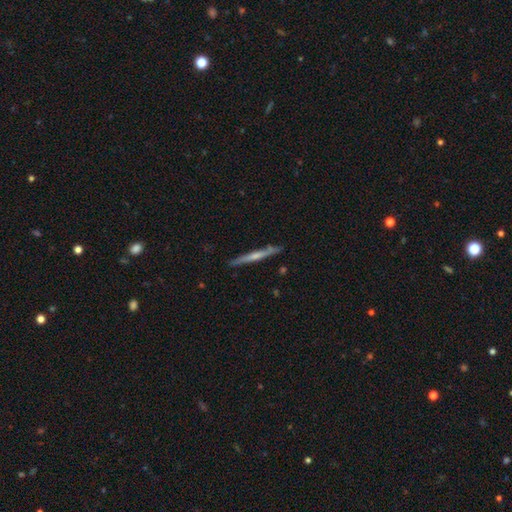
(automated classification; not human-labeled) Q: Smooth or featured?
A: featured or disk (57%); runner-up: smooth (38%)
Q: Edge-on disk?
A: yes (96%); runner-up: no (4%)
Q: Edge-on bulge?
A: none (51%); runner-up: rounded (38%)
Q: Merging?
A: none (87%); runner-up: minor disturbance (10%)